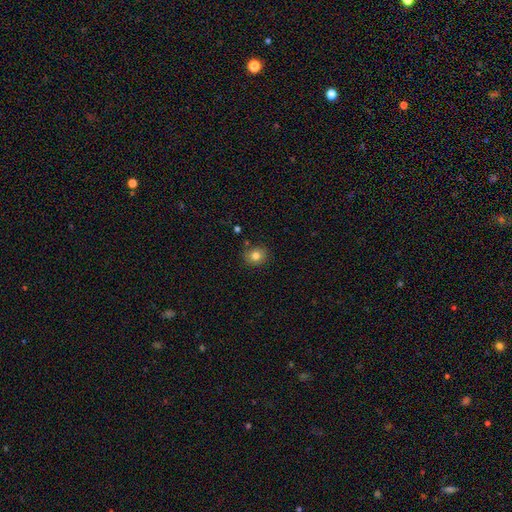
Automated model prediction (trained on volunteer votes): Overall: smooth (81%). How rounded: round (78%). Merging: none (83%).